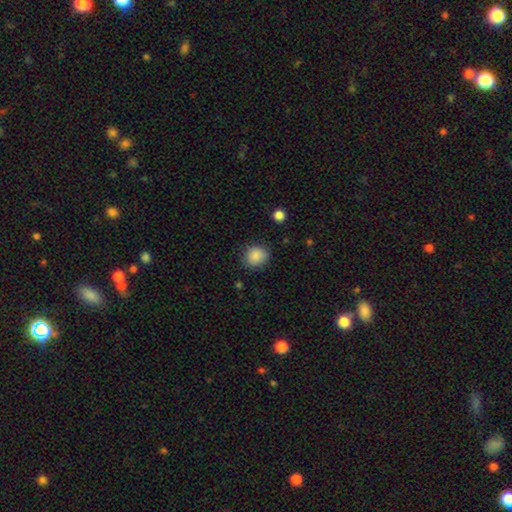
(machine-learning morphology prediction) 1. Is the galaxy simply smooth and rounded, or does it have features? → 87% smooth, 9% star or artifact, 4% featured or disk.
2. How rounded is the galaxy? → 78% round, 21% in between, 1% cigar-shaped.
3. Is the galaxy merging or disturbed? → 84% none, 12% minor disturbance, 3% major disturbance, 1% merger.